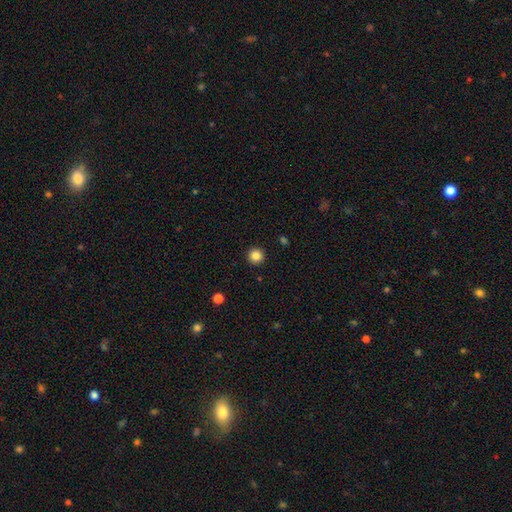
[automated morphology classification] smooth 85%, star or artifact 11%, featured or disk 4%. Down the decision tree: how rounded — round (96%); merging — none (93%).